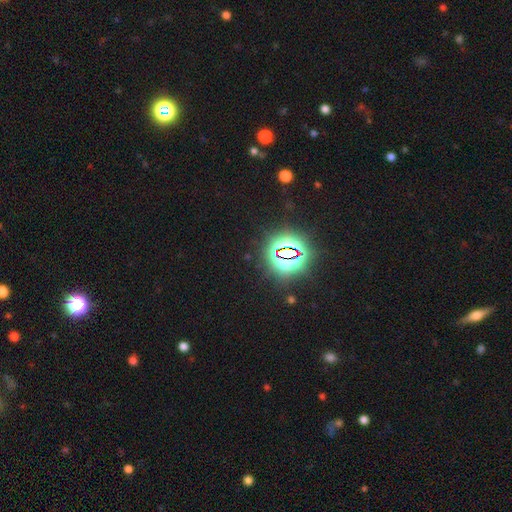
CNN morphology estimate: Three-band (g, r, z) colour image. It shows a star or artifact, not a galaxy (81%).